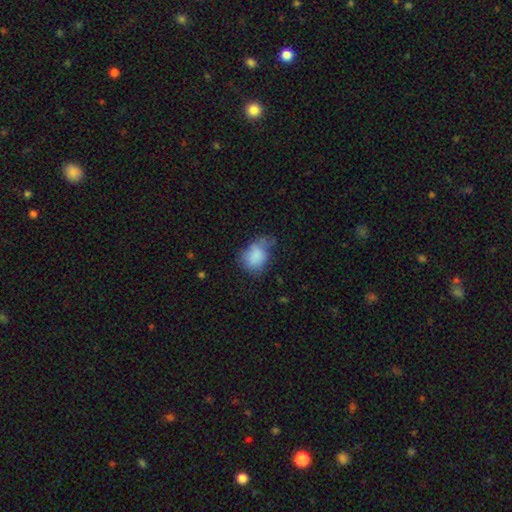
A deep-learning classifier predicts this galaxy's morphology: A smooth galaxy with no disk features (81%) that is in between round and cigar-shaped (65%).

Vote fractions:
- Smooth or featured? smooth: 81% / featured or disk: 10% / star or artifact: 9%
- How rounded? in between: 65% / round: 34% / cigar-shaped: 1%
- Merging? minor disturbance: 39% / none: 38% / major disturbance: 19% / merger: 4%